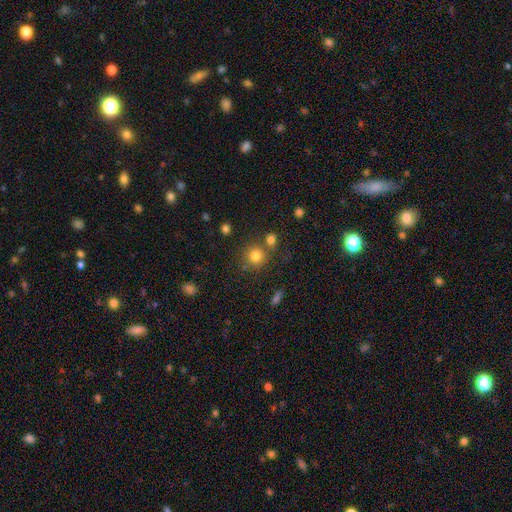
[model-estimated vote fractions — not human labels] This is clearly a smooth galaxy (80%). How rounded: clearly round (90%). Merging: likely none (69%).